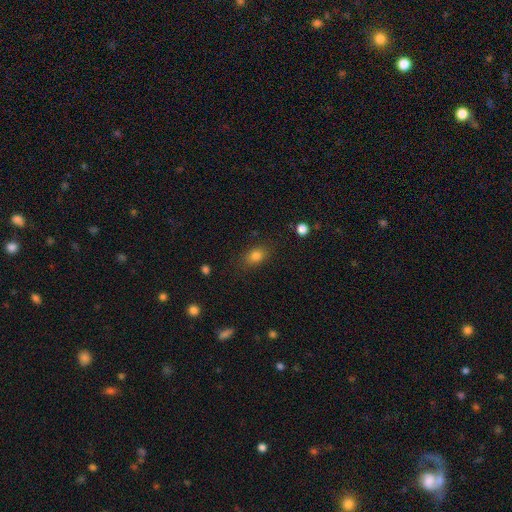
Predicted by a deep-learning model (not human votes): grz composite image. It shows a smooth galaxy with no disk features (81%) that is in between round and cigar-shaped (73%). Merging: none (81%).